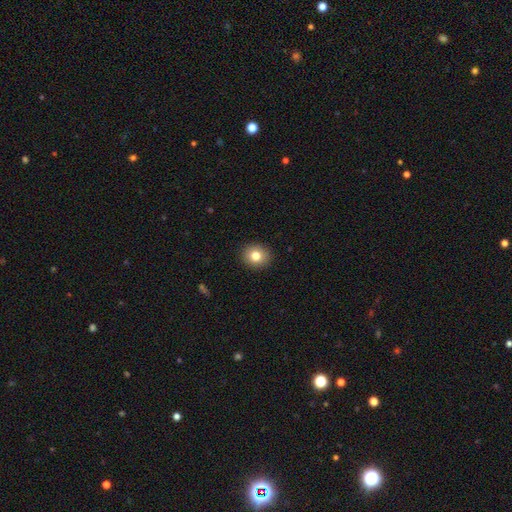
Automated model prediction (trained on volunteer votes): Smooth or featured? Predicted: smooth (p=0.79). How rounded? Predicted: round (p=0.81). Merging? Predicted: none (p=0.92).